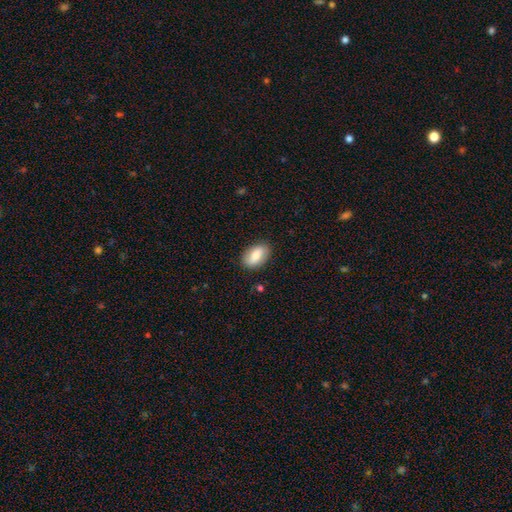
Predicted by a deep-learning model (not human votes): Overall: smooth (73%). How rounded: in between (91%). Merging: none (85%).